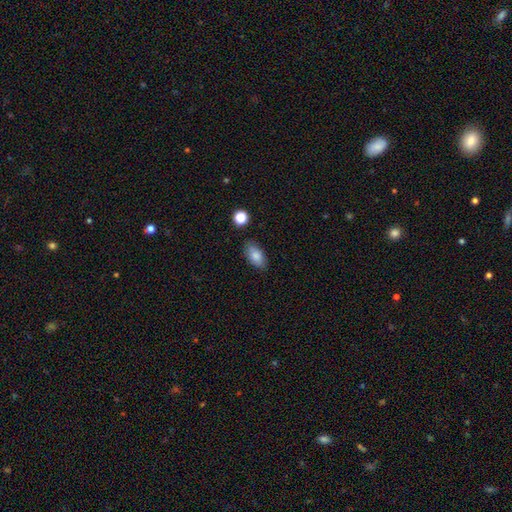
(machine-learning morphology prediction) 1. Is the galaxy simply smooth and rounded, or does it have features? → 83% smooth, 9% featured or disk, 8% star or artifact.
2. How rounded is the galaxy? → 91% in between, 5% round, 4% cigar-shaped.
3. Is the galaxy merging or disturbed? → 83% none, 12% minor disturbance, 3% major disturbance, 2% merger.